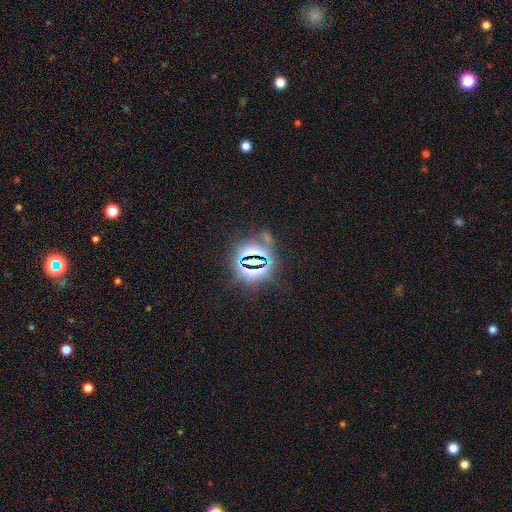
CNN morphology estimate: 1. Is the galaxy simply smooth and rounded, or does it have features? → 78% star or artifact, 14% smooth, 9% featured or disk.